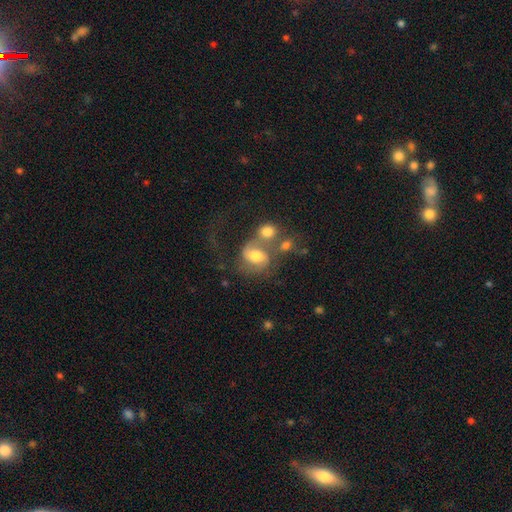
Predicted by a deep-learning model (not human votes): Smooth or featured? Predicted: featured or disk (p=0.62). Edge-on disk? Predicted: no (p=0.97). Bar? Predicted: no (p=0.43). Spiral arms? Predicted: yes (p=0.87). Spiral winding? Predicted: medium (p=0.48). Spiral arm count? Predicted: 2 (p=0.79). Bulge size? Predicted: moderate (p=0.65). Merging? Predicted: merger (p=0.45).